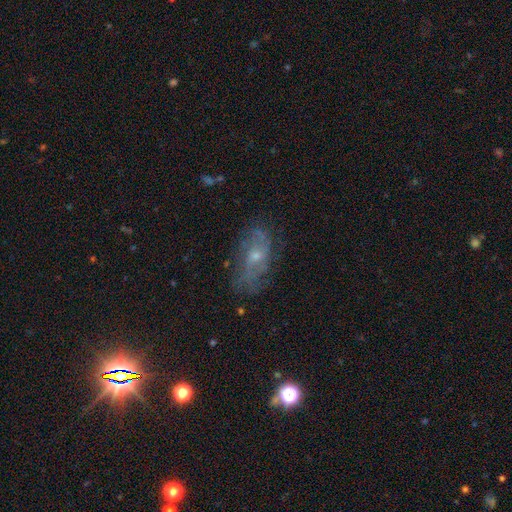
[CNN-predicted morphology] This is likely a featured or disk galaxy (66%). It is clearly not viewed edge-on (92%). Bar: likely no (67%). Spiral arm pattern: likely yes (78%). Central bulge: possibly small (55%). Merging: likely none (64%).